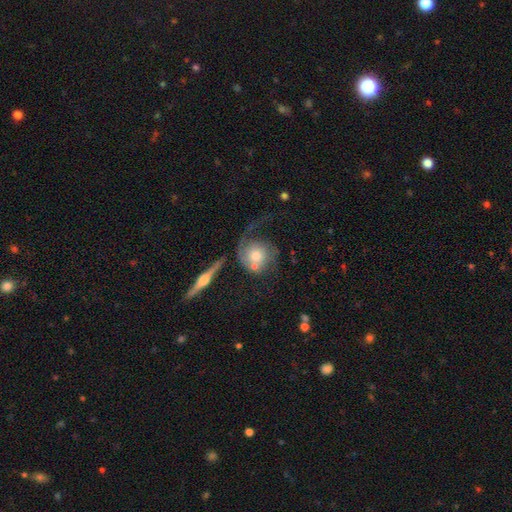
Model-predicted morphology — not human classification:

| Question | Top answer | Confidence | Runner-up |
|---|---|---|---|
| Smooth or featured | featured or disk | 64% | smooth (29%) |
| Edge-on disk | no | 90% | yes (10%) |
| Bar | no | 77% | weak (18%) |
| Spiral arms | yes | 81% | no (19%) |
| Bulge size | moderate | 55% | small (30%) |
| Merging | none | 35% | major disturbance (28%) |